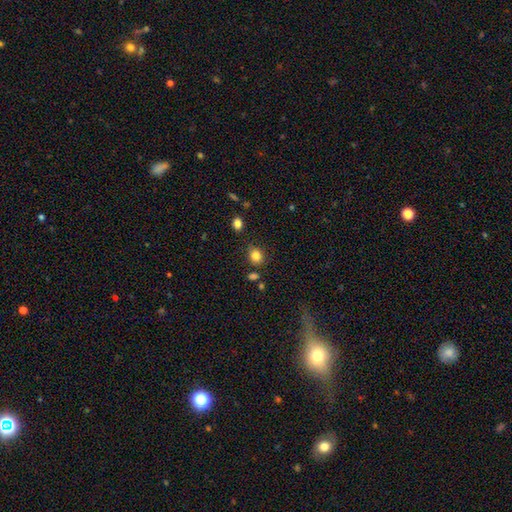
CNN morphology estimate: Smooth or featured? smooth (83%)
How rounded? round (68%)
Merging? none (79%)